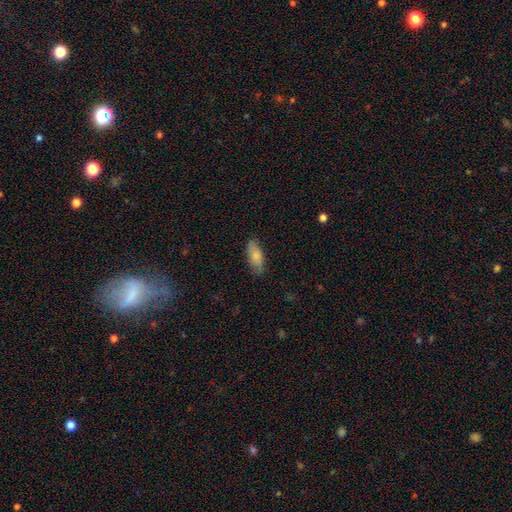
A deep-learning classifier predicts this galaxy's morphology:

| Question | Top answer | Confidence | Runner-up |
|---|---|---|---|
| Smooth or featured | smooth | 81% | featured or disk (13%) |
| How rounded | in between | 84% | cigar-shaped (14%) |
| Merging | none | 78% | minor disturbance (18%) |